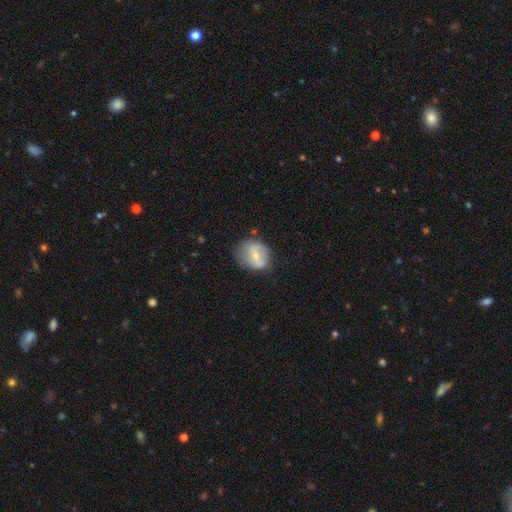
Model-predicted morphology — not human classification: This is possibly a smooth galaxy (49%). Merging: possibly none (59%).